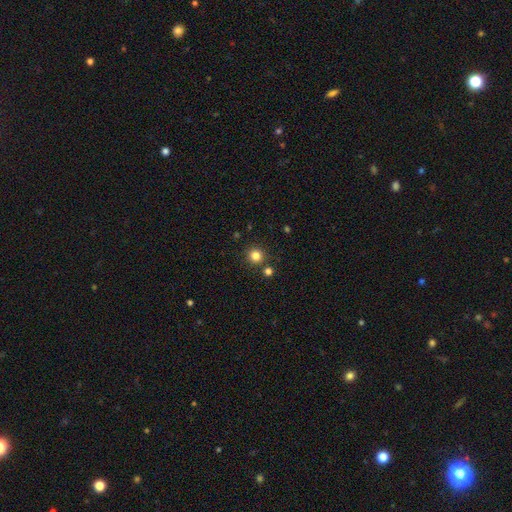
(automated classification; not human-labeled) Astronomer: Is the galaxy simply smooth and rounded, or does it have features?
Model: smooth — 82%.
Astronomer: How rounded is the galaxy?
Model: round — 93%.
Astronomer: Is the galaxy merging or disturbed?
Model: none — 84%.